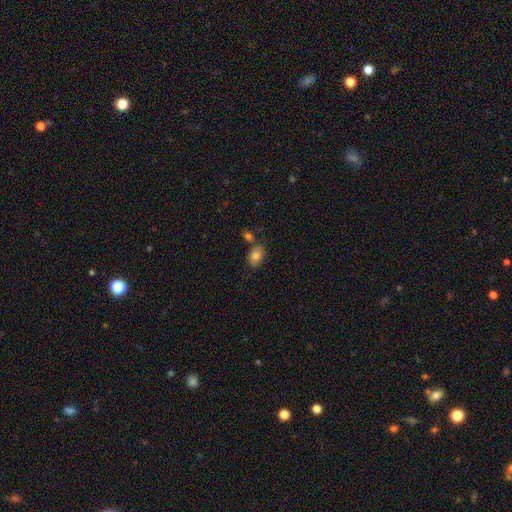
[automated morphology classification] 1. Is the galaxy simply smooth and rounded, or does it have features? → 80% smooth, 11% featured or disk, 8% star or artifact.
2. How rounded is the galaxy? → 82% in between, 17% round, 1% cigar-shaped.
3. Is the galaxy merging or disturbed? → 66% none, 16% minor disturbance, 14% merger, 4% major disturbance.